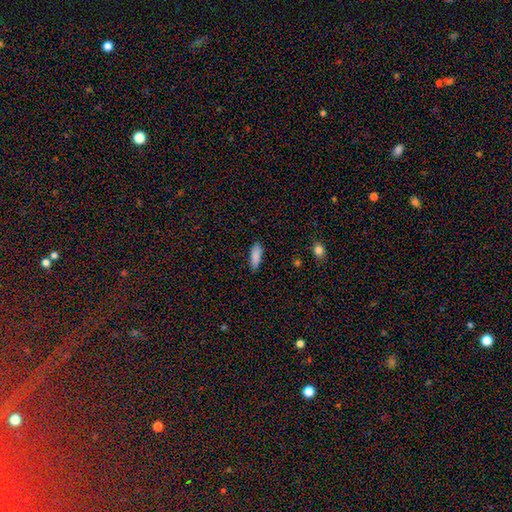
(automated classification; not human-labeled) smooth-or-featured: smooth: 87% | star or artifact: 8% | featured or disk: 6%
  how-rounded: in between: 69% | cigar-shaped: 29% | round: 2%
  merging: none: 83% | minor disturbance: 13% | major disturbance: 2% | merger: 1%